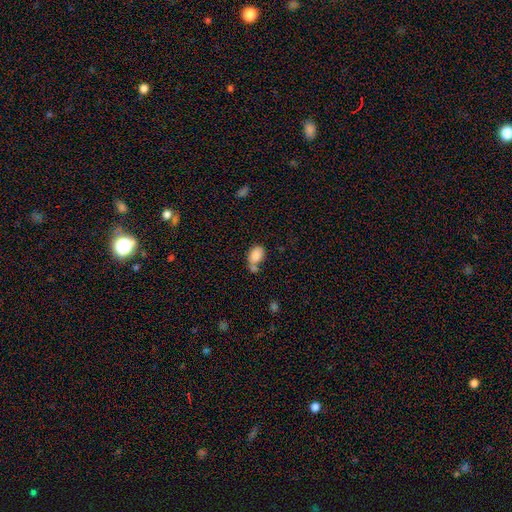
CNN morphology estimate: Smooth or featured? smooth (85%)
How rounded? in between (84%)
Merging? none (40%)